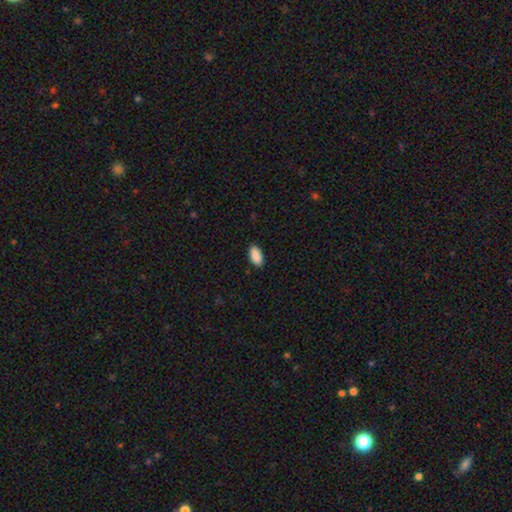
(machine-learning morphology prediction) Smooth or featured: smooth — 91% (star or artifact — 7%)
How rounded: in between — 93% (cigar-shaped — 4%)
Merging: none — 89% (minor disturbance — 8%)